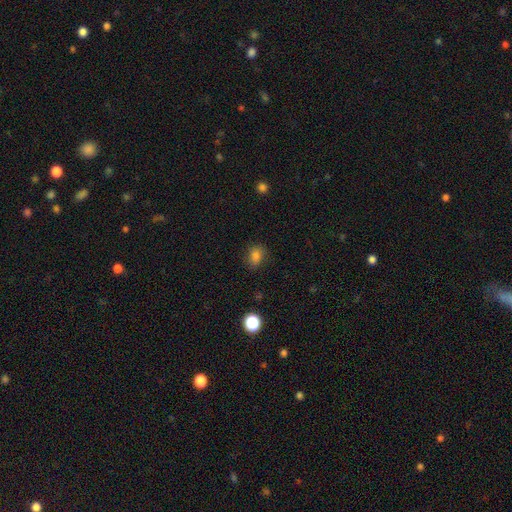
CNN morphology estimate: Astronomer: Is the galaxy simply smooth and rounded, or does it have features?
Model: smooth — 82%.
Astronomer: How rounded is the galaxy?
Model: in between — 64%.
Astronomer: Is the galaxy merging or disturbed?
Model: none — 81%.